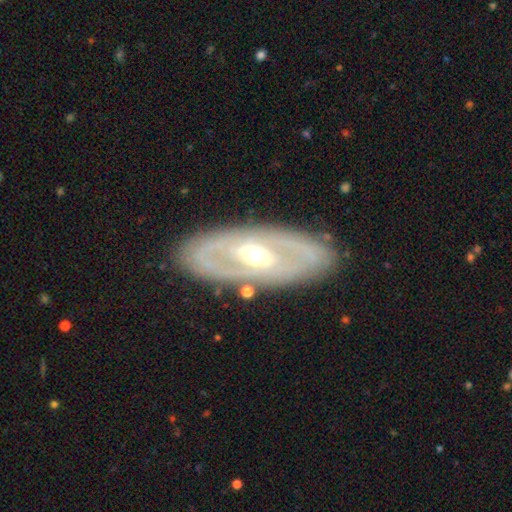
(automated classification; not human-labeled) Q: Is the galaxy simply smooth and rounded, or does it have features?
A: featured or disk — 80%.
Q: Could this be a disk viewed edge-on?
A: no — 88%.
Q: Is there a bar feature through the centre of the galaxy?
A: no — 50%.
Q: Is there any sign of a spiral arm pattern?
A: yes — 60%.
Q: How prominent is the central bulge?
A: moderate — 73%.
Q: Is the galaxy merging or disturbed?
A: none — 83%.